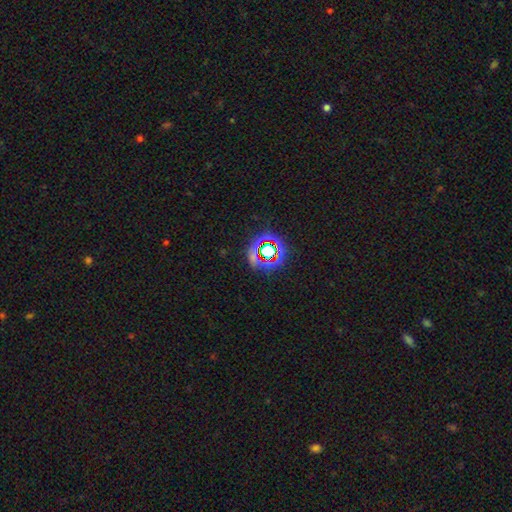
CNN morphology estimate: Smooth or featured? star or artifact (62%)